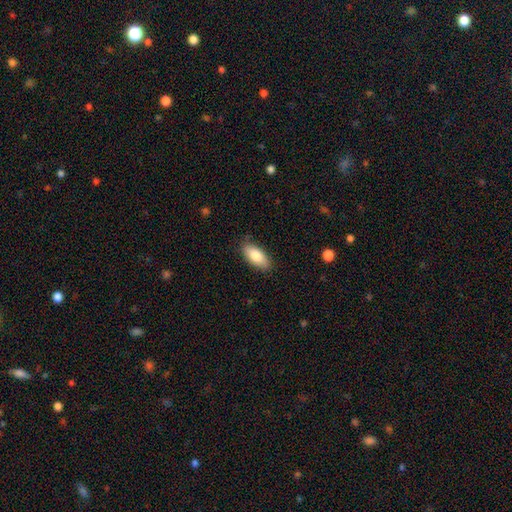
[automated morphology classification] Smooth or featured: smooth — 83% (featured or disk — 11%)
How rounded: in between — 88% (cigar-shaped — 10%)
Merging: none — 84% (minor disturbance — 13%)